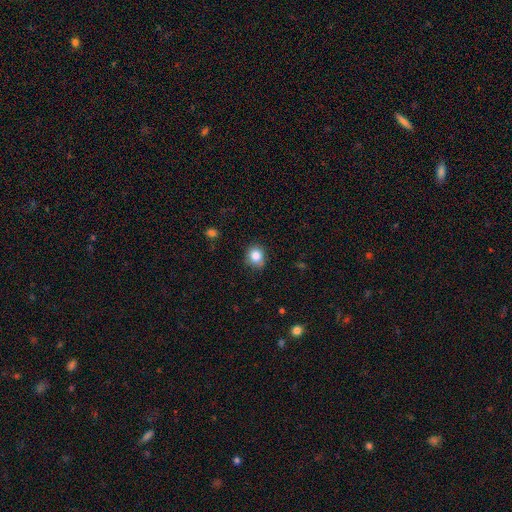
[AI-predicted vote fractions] Overall: smooth (84%). How rounded: round (76%). Merging: none (81%).